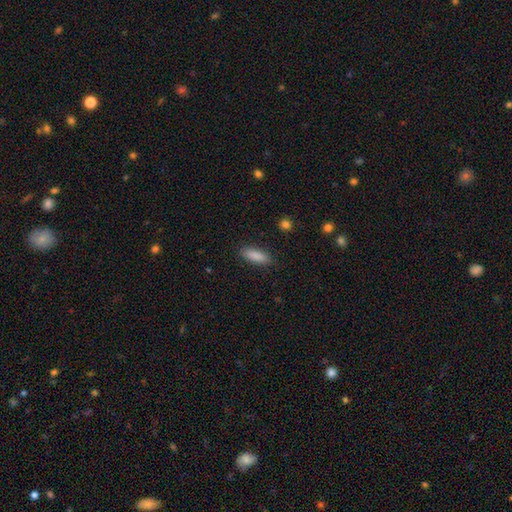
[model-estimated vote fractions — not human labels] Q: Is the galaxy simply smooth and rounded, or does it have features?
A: smooth — 88%.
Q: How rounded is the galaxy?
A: in between — 61%.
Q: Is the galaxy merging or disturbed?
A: none — 87%.